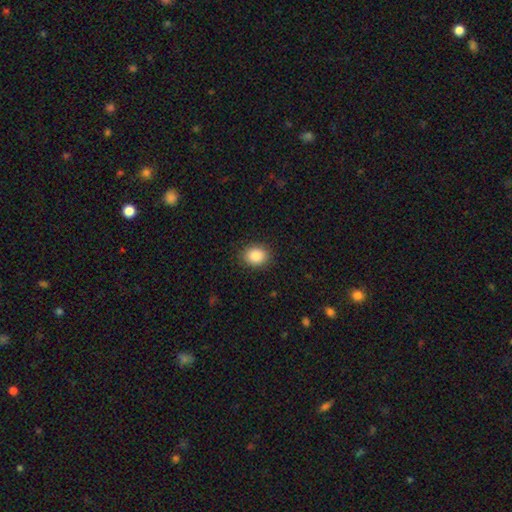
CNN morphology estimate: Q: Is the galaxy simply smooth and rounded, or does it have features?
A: smooth — 87%.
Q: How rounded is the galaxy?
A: round — 52%.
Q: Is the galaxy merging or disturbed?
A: none — 89%.